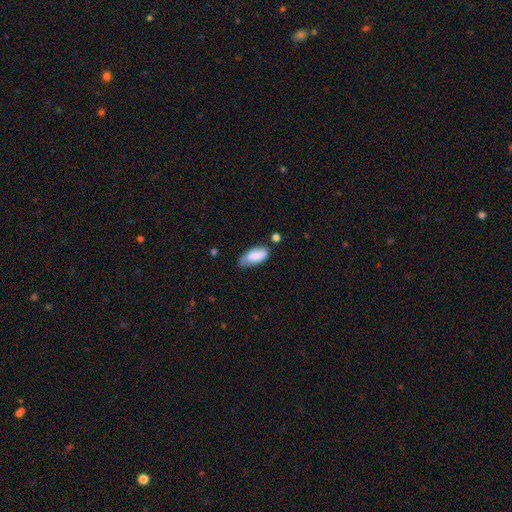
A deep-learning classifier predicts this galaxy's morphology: Q: Smooth or featured?
A: smooth (79%); runner-up: featured or disk (14%)
Q: How rounded?
A: in between (88%); runner-up: cigar-shaped (10%)
Q: Merging?
A: none (49%); runner-up: minor disturbance (36%)